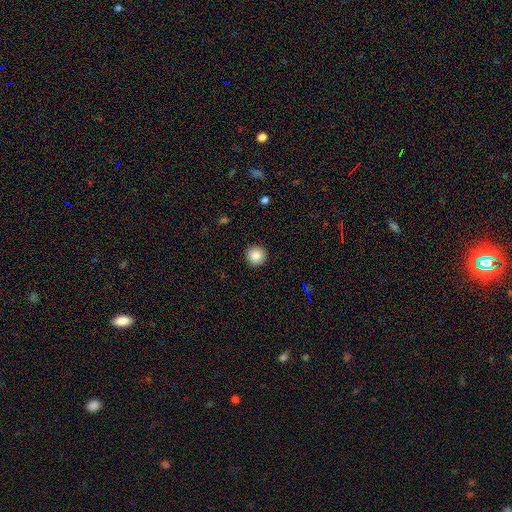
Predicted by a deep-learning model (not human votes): Overall: smooth (87%). How rounded: round (96%). Merging: none (93%).